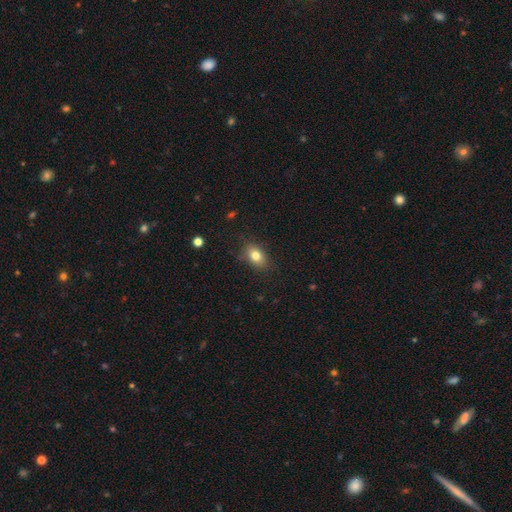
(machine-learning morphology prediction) Smooth or featured: smooth — 81% (star or artifact — 10%)
How rounded: in between — 77% (round — 21%)
Merging: none — 82% (minor disturbance — 14%)